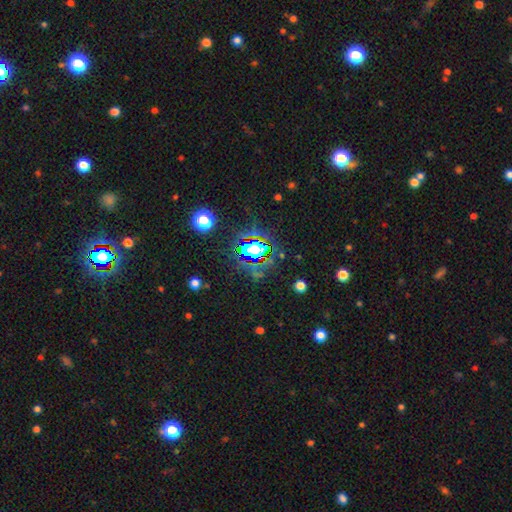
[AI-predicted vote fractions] star or artifact 79%, smooth 12%, featured or disk 8%.